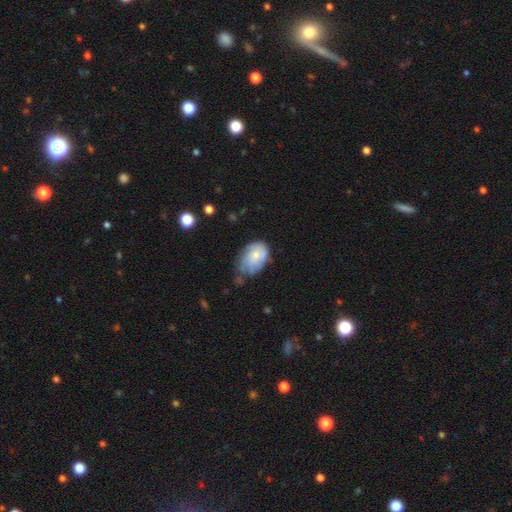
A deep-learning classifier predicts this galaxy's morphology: smooth 59%, featured or disk 34%, star or artifact 7%. Down the decision tree: how rounded — in between (80%); merging — minor disturbance (41%).